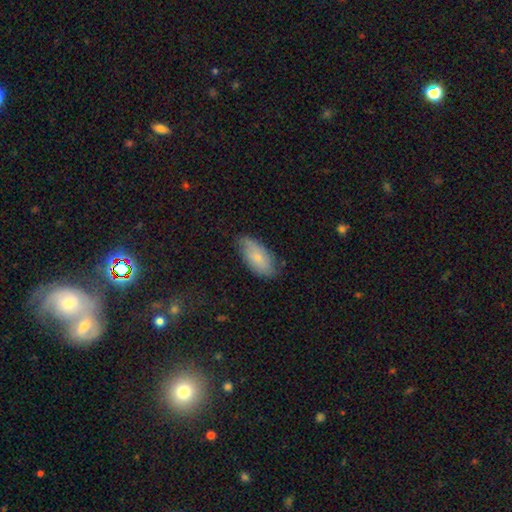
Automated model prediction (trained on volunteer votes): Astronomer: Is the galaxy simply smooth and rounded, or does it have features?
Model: smooth — 65%.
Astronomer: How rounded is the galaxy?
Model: in between — 88%.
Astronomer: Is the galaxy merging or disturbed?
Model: none — 70%.